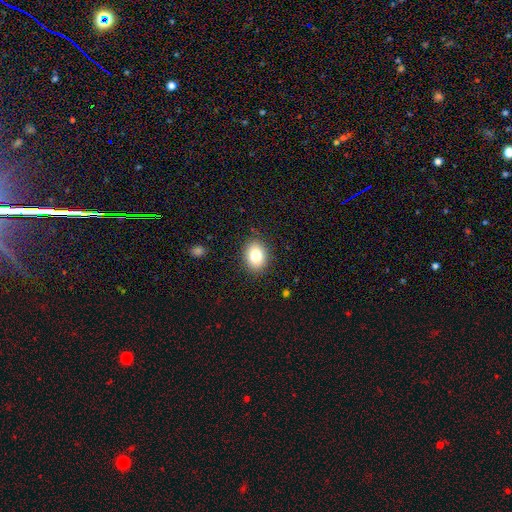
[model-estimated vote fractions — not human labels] Morphology: type=smooth (82%); roundness=in between (62%); merging=none (87%).